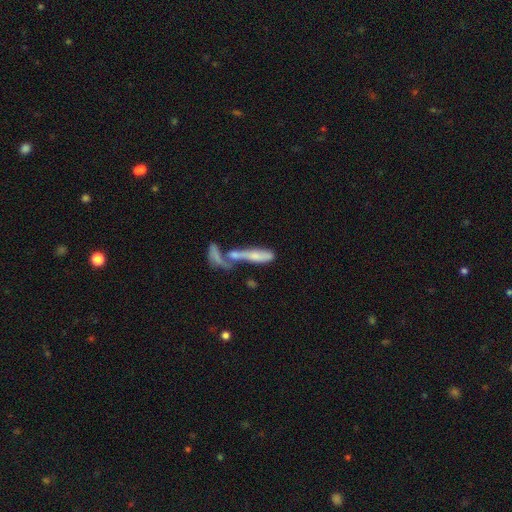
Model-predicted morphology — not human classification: A smooth galaxy with no disk features (56%) that is cigar-shaped (64%). Merging: merger (60%).